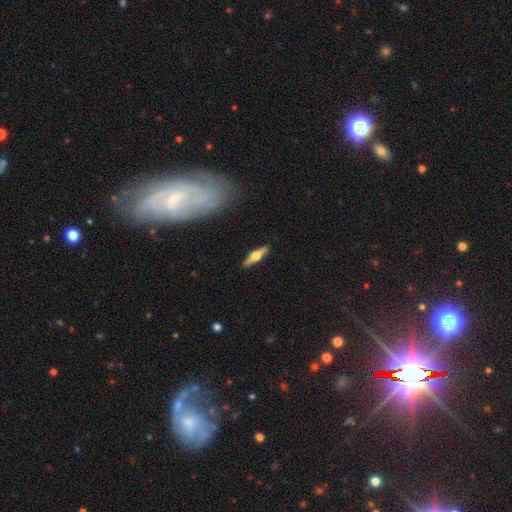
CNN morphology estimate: Smooth or featured?
  - featured or disk: 63% *
  - smooth: 31%
  - star or artifact: 6%
Edge-on disk?
  - yes: 95% *
  - no: 5%
Edge-on bulge?
  - rounded: 95% *
  - boxy: 3%
  - none: 2%
Merging?
  - none: 90% *
  - minor disturbance: 7%
  - major disturbance: 2%
  - merger: 1%